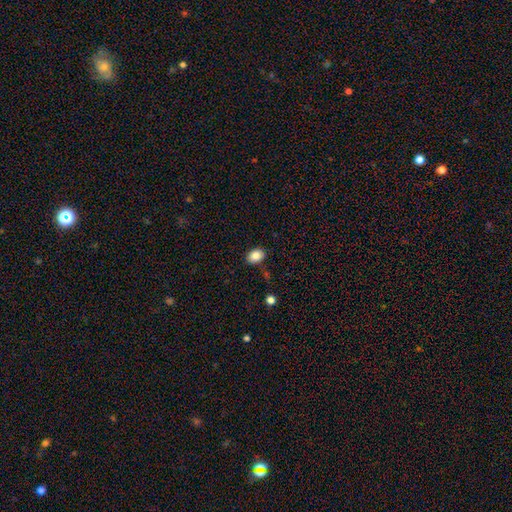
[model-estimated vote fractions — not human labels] Smooth or featured?
  - smooth: 85% *
  - star or artifact: 9%
  - featured or disk: 6%
How rounded?
  - in between: 71% *
  - round: 28%
  - cigar-shaped: 1%
Merging?
  - none: 85% *
  - minor disturbance: 10%
  - merger: 3%
  - major disturbance: 2%